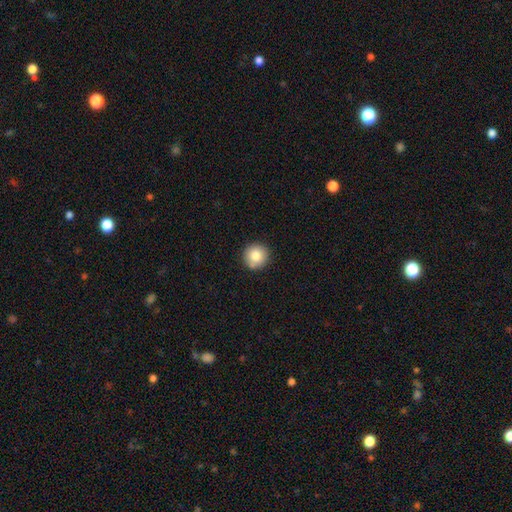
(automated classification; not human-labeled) Smooth or featured: smooth — 81% (featured or disk — 10%)
How rounded: round — 95% (in between — 4%)
Merging: none — 89% (minor disturbance — 7%)